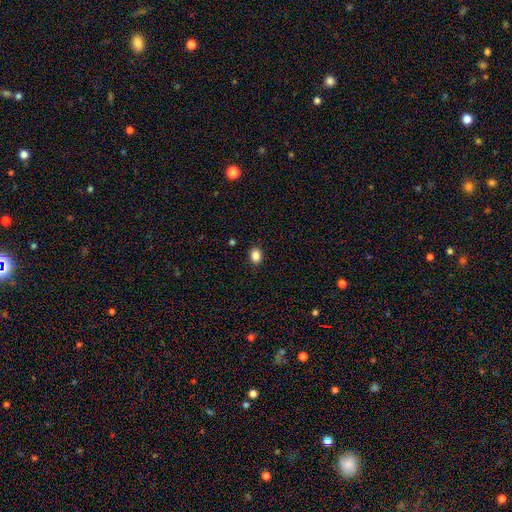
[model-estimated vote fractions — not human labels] This is clearly a smooth galaxy (86%). How rounded: possibly in between (55%). Merging: clearly none (89%).